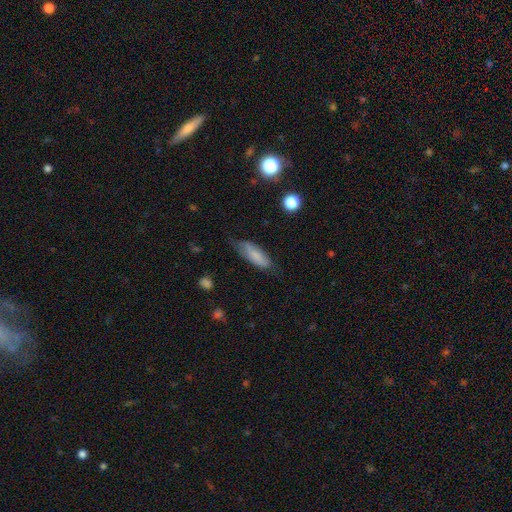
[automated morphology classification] A smooth galaxy with no disk features (74%) that is in between round and cigar-shaped (65%). Merging: none (62%).